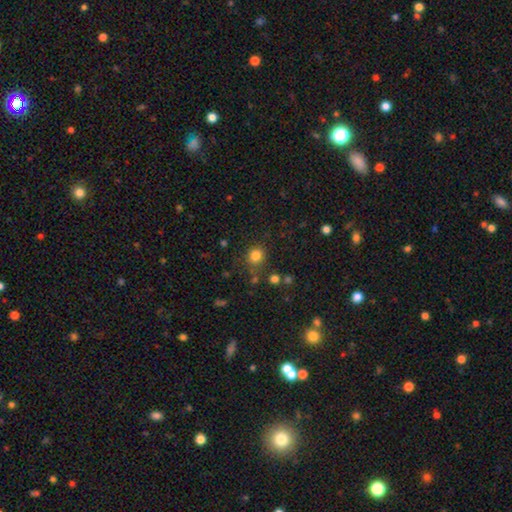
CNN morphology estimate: A smooth galaxy with no disk features (80%) that is round (86%).

Vote fractions:
- Smooth or featured? smooth: 80% / star or artifact: 14% / featured or disk: 5%
- How rounded? round: 86% / in between: 13% / cigar-shaped: 1%
- Merging? none: 79% / minor disturbance: 11% / merger: 6% / major disturbance: 4%